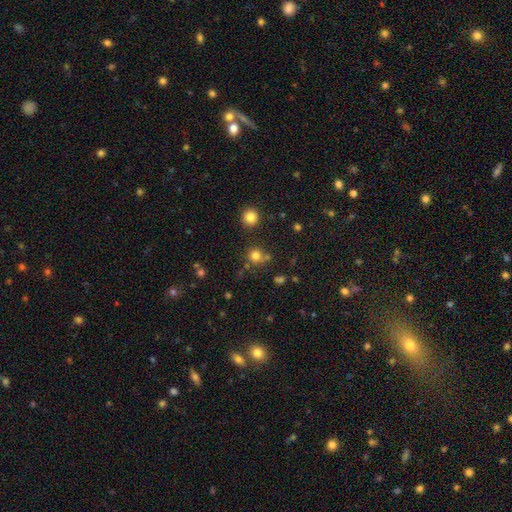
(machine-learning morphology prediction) Smooth or featured? Predicted: smooth (p=0.77). How rounded? Predicted: round (p=0.89). Merging? Predicted: none (p=0.70).